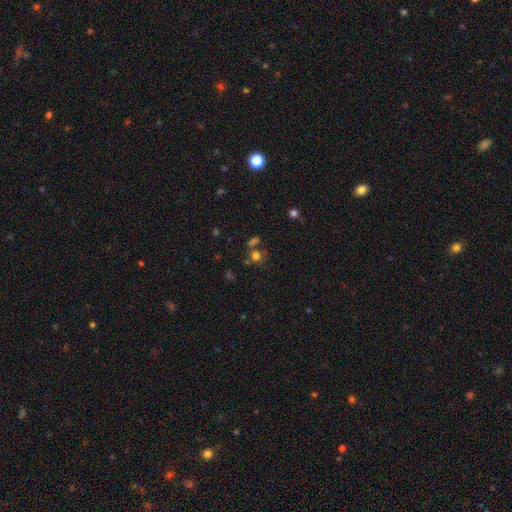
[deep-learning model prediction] Smooth or featured: smooth — 68% (star or artifact — 23%)
How rounded: round — 78% (in between — 20%)
Merging: none — 60% (merger — 21%)